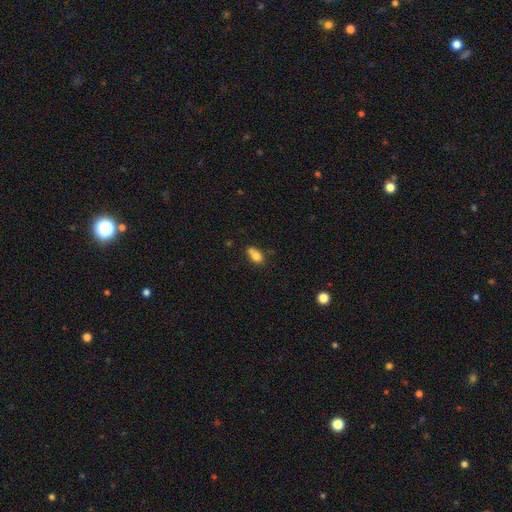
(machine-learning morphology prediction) A smooth galaxy with no disk features (77%) that is in between round and cigar-shaped (76%). Merging: none (44%).